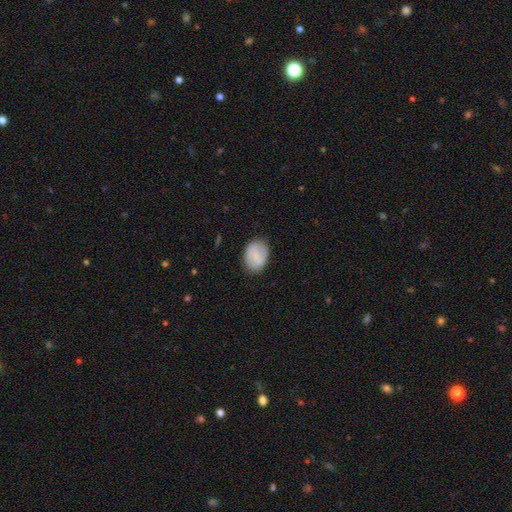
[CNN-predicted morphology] Smooth or featured: smooth — 71% (featured or disk — 22%)
How rounded: in between — 69% (round — 30%)
Merging: none — 81% (minor disturbance — 15%)